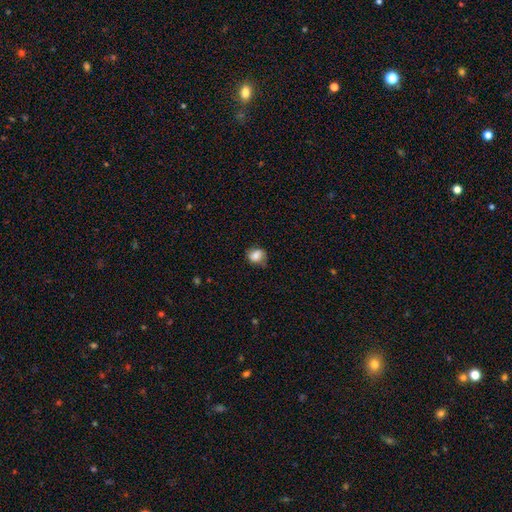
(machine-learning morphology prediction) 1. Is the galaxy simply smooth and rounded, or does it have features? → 79% smooth, 12% featured or disk, 9% star or artifact.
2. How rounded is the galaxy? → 60% round, 39% in between, 1% cigar-shaped.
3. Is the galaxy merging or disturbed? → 62% none, 28% minor disturbance, 8% major disturbance, 2% merger.